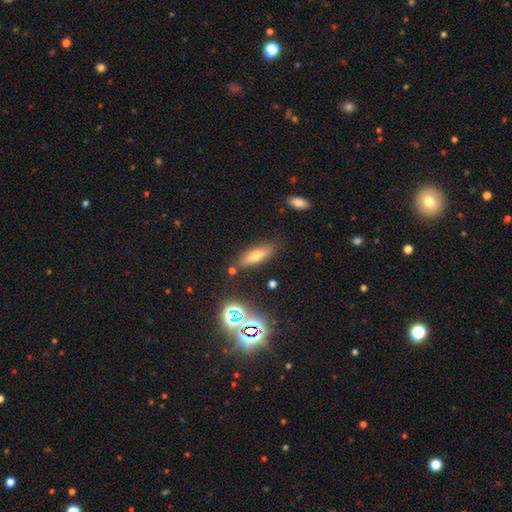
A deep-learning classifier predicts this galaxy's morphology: smooth 62%, featured or disk 24%, star or artifact 14%. Down the decision tree: how rounded — in between (51%); merging — none (81%).